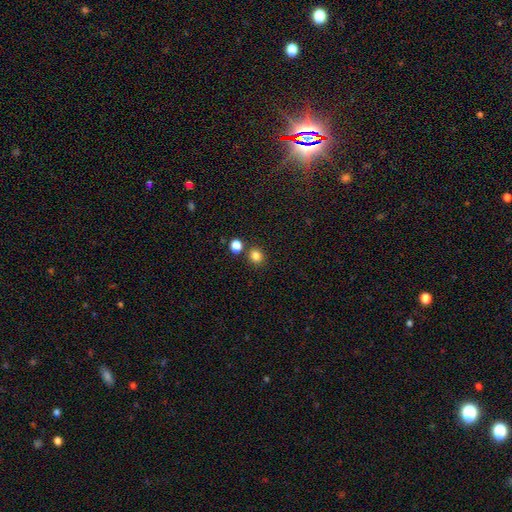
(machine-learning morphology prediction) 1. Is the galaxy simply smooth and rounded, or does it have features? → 83% smooth, 13% star or artifact, 4% featured or disk.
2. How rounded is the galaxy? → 84% round, 16% in between, 1% cigar-shaped.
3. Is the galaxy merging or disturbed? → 81% none, 9% merger, 7% minor disturbance, 3% major disturbance.